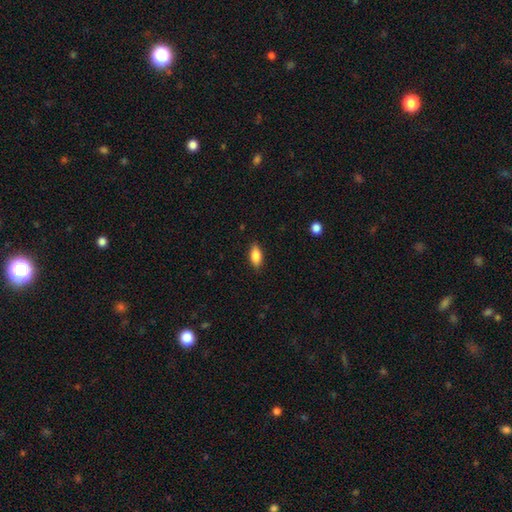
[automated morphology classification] Overall: smooth (85%). How rounded: in between (86%). Merging: none (86%).